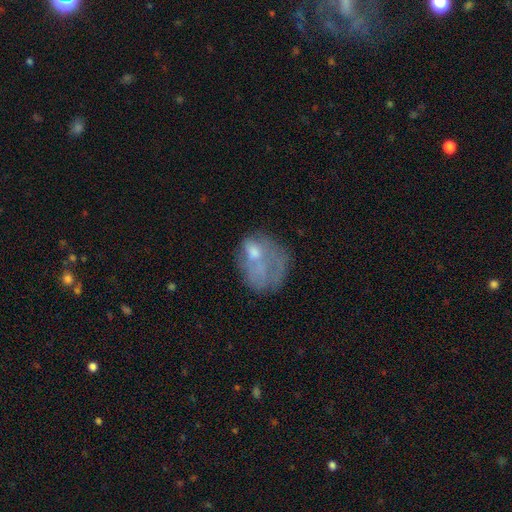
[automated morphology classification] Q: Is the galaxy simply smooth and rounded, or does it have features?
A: smooth — 47%.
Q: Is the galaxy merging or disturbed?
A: major disturbance — 40%.